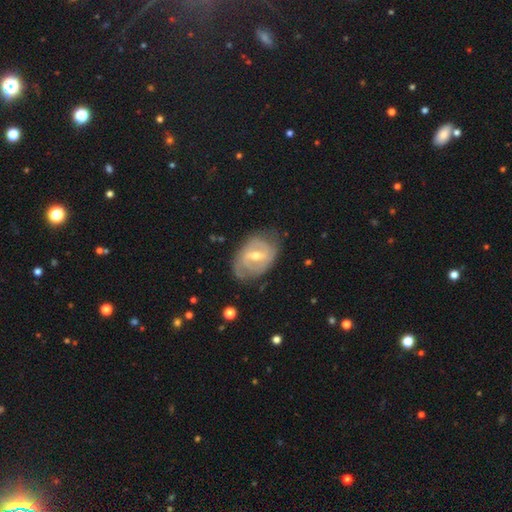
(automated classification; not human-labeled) Smooth or featured? Predicted: featured or disk (p=0.82). Edge-on disk? Predicted: no (p=0.96). Bar? Predicted: weak (p=0.53). Spiral arms? Predicted: yes (p=0.88). Spiral winding? Predicted: tight (p=0.53). Spiral arm count? Predicted: 2 (p=0.49). Bulge size? Predicted: moderate (p=0.60). Merging? Predicted: none (p=0.69).